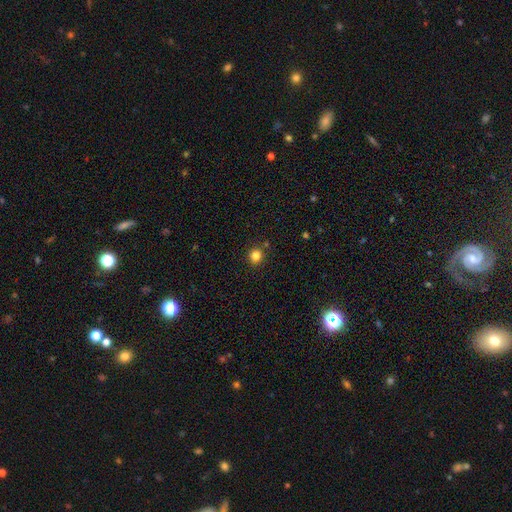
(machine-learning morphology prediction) Overall: smooth (82%). How rounded: round (88%). Merging: none (86%).